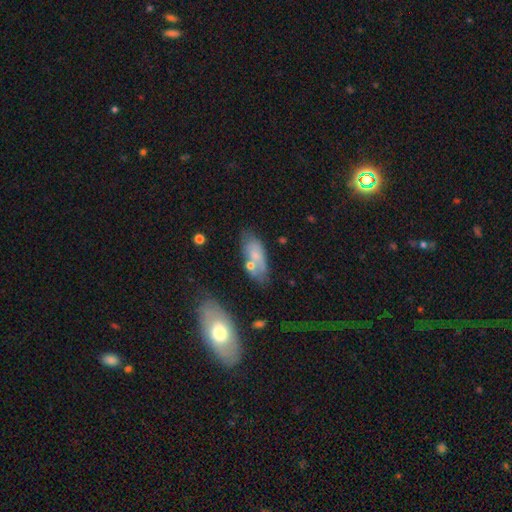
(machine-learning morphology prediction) The model was most divided on "smooth or featured": smooth: 61%, featured or disk: 31%, star or artifact: 8%. More confident: how rounded — in between (85%); merging — none (57%).